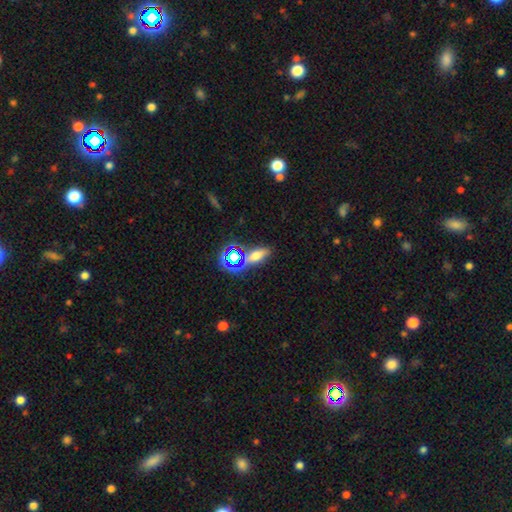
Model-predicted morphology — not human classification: This appears to be a smooth galaxy with no disk features (56%) that is in between round and cigar-shaped (64%). Merging: none (65%).